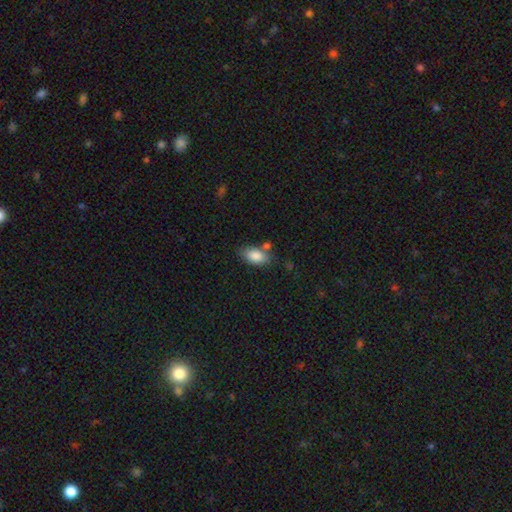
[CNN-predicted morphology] Smooth or featured? smooth (86%)
How rounded? in between (91%)
Merging? none (65%)